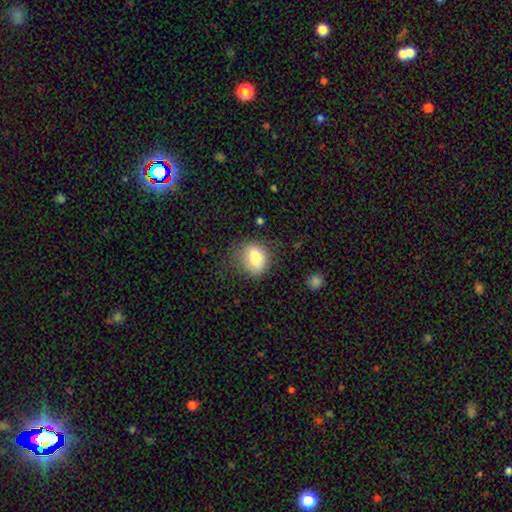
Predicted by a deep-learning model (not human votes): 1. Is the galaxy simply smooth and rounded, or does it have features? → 77% smooth, 13% featured or disk, 10% star or artifact.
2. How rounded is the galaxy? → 57% round, 42% in between, 1% cigar-shaped.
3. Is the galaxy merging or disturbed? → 54% none, 25% minor disturbance, 11% major disturbance, 10% merger.